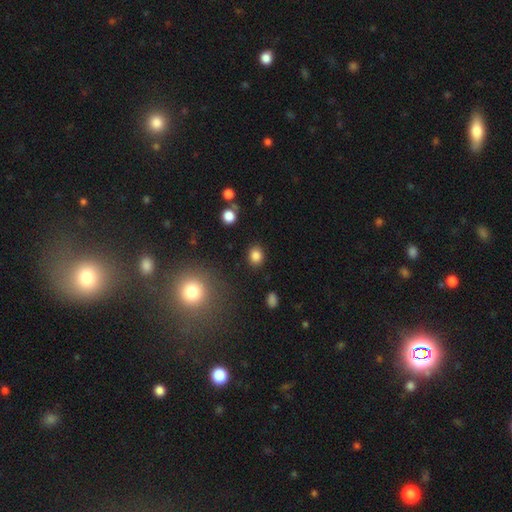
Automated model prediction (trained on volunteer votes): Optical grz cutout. It shows a smooth galaxy with no disk features (84%) that is round (64%). Merging: none (88%).